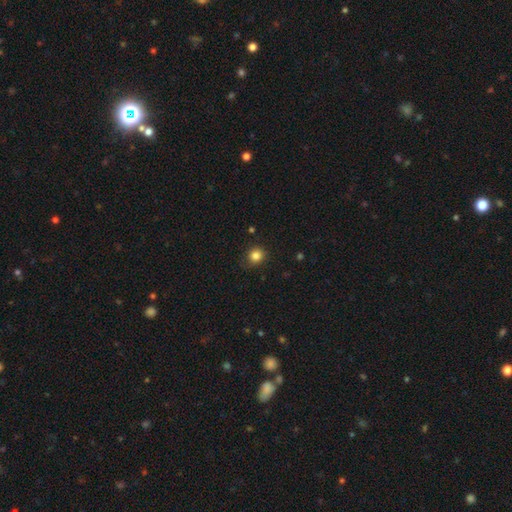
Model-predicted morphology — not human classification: A smooth galaxy with no disk features (84%) that is round (84%). Merging: none (84%).